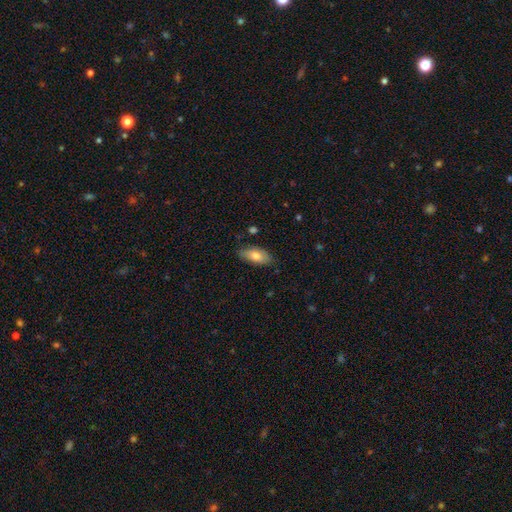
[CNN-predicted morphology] Smooth or featured: smooth — 76% (featured or disk — 17%)
How rounded: in between — 88% (cigar-shaped — 9%)
Merging: none — 81% (minor disturbance — 15%)